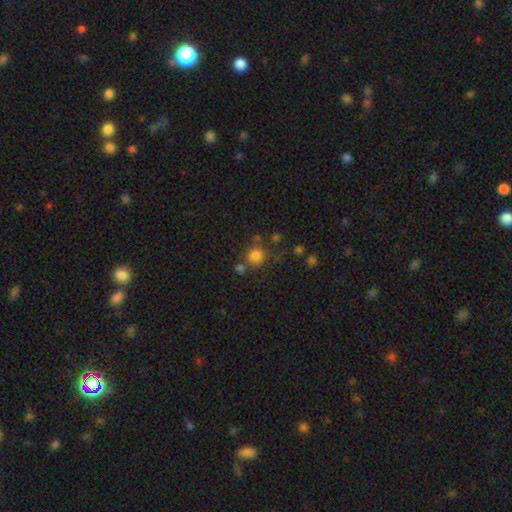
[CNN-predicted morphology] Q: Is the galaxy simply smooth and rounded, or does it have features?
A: smooth — 79%.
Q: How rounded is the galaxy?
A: round — 89%.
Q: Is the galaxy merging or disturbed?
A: none — 67%.